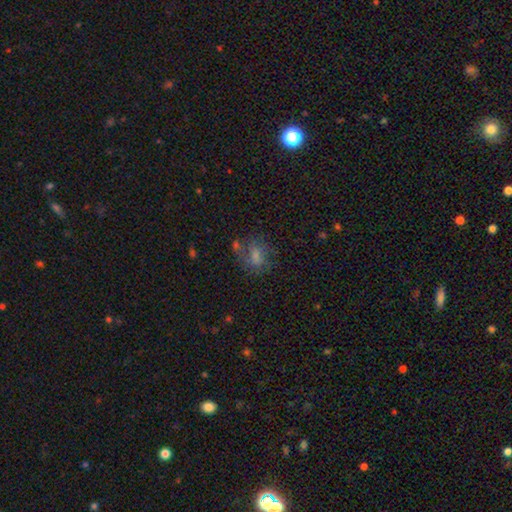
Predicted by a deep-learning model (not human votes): A smooth galaxy with no disk features (60%) that is in between round and cigar-shaped (57%).

Vote fractions:
- Smooth or featured? smooth: 60% / featured or disk: 25% / star or artifact: 15%
- How rounded? in between: 57% / round: 40% / cigar-shaped: 3%
- Merging? none: 50% / minor disturbance: 21% / major disturbance: 18% / merger: 10%